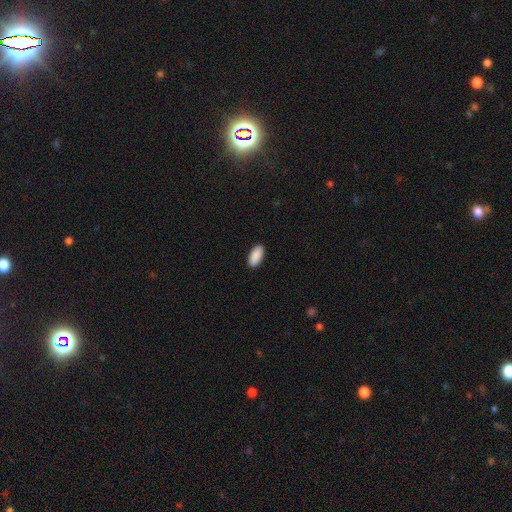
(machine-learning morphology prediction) The model was most divided on "merging": none: 91%, minor disturbance: 7%, major disturbance: 2%, merger: 1%. More confident: how rounded — in between (92%); smooth or featured — smooth (91%).